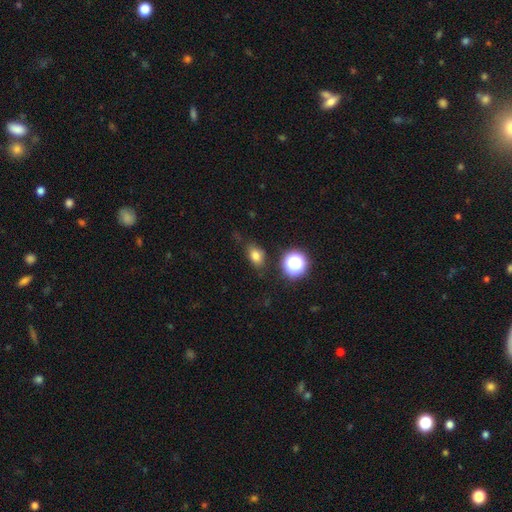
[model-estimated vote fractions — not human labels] Smooth or featured: smooth — 76% (star or artifact — 16%)
How rounded: in between — 69% (round — 29%)
Merging: none — 74% (minor disturbance — 17%)